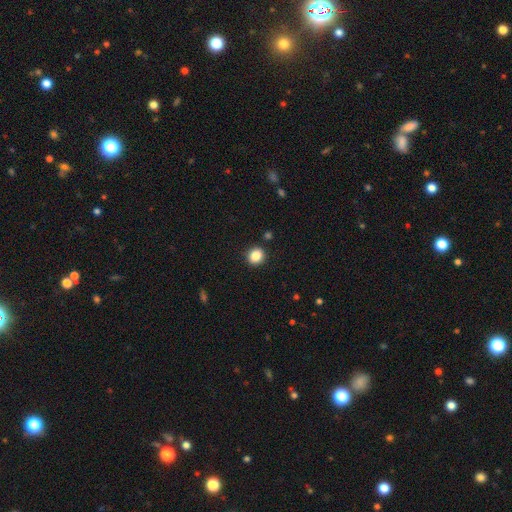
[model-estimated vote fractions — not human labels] Q: Smooth or featured?
A: smooth (85%); runner-up: star or artifact (10%)
Q: How rounded?
A: round (72%); runner-up: in between (27%)
Q: Merging?
A: none (90%); runner-up: minor disturbance (7%)